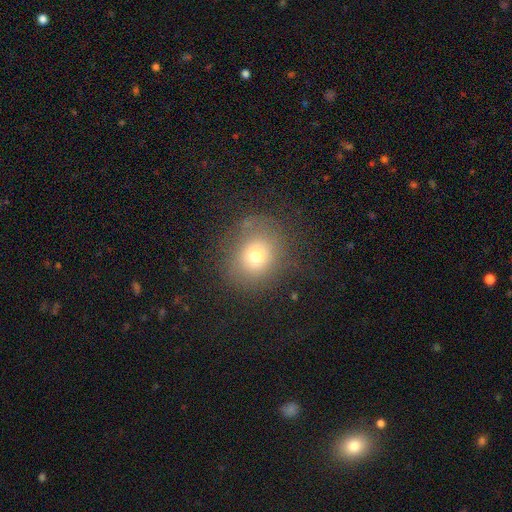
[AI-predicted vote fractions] A smooth galaxy with no disk features (70%) that is round (76%).

Vote fractions:
- Smooth or featured? smooth: 70% / star or artifact: 15% / featured or disk: 15%
- How rounded? round: 76% / in between: 24% / cigar-shaped: 1%
- Merging? none: 72% / minor disturbance: 16% / major disturbance: 10% / merger: 2%